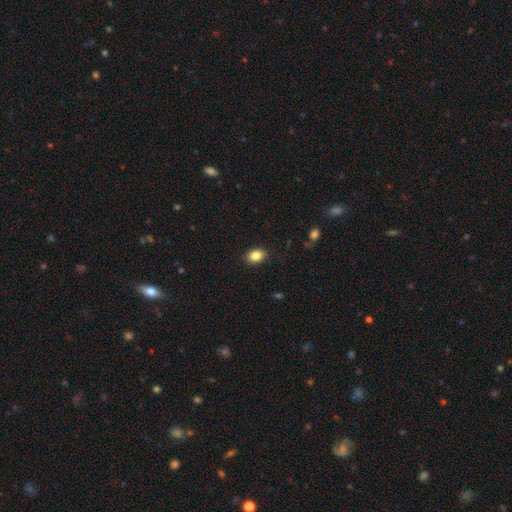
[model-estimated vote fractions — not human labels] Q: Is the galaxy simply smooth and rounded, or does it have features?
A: smooth — 85%.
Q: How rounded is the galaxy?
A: in between — 80%.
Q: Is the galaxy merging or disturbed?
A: none — 87%.